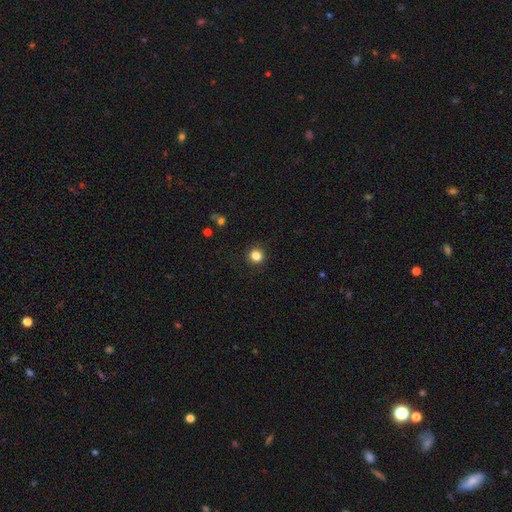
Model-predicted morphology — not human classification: Smooth or featured: smooth — 85% (star or artifact — 11%)
How rounded: round — 88% (in between — 11%)
Merging: none — 91% (minor disturbance — 6%)